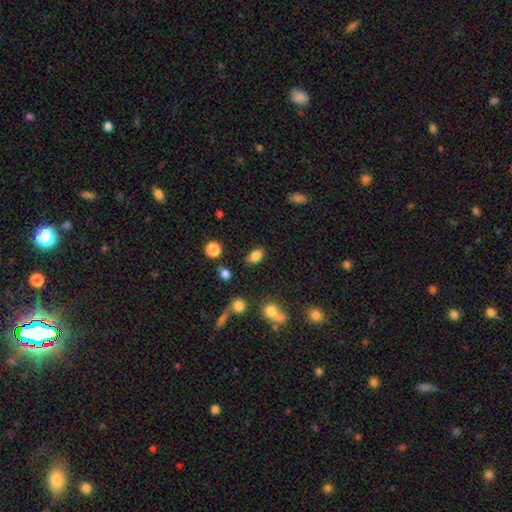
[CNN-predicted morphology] This appears to be a smooth galaxy with no disk features (82%) that is in between round and cigar-shaped (85%). Merging: none (78%).